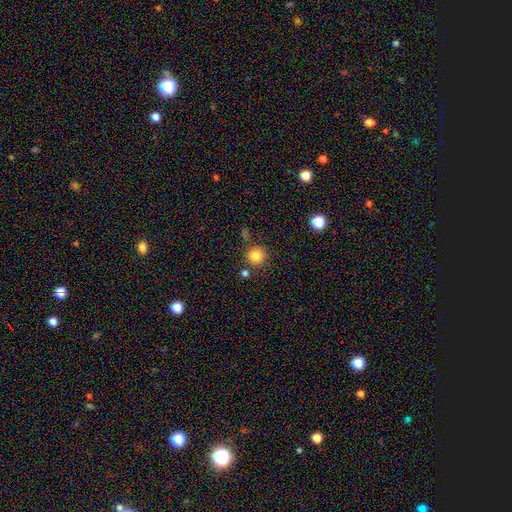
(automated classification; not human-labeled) The model was most divided on "smooth or featured": smooth: 83%, star or artifact: 12%, featured or disk: 6%. More confident: how rounded — round (94%); merging — none (81%).